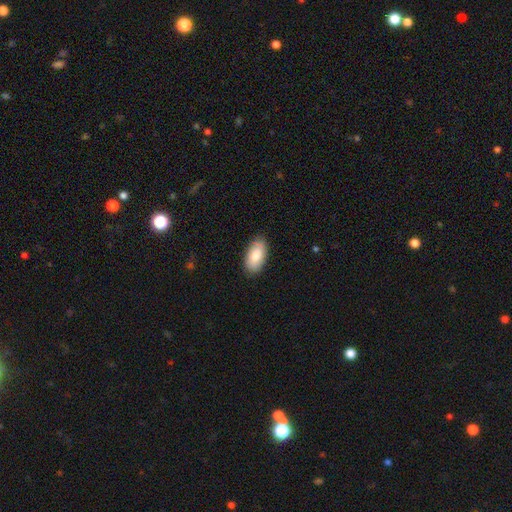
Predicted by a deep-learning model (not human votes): Smooth or featured: smooth — 82% (featured or disk — 13%)
How rounded: in between — 95% (round — 3%)
Merging: none — 86% (minor disturbance — 11%)